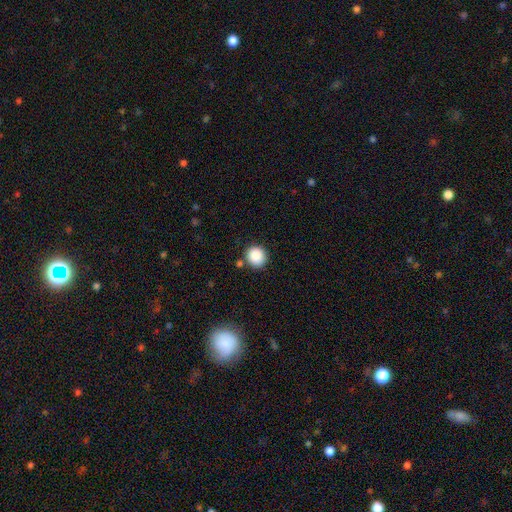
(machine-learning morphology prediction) Q: Smooth or featured?
A: smooth (87%); runner-up: star or artifact (9%)
Q: How rounded?
A: round (88%); runner-up: in between (11%)
Q: Merging?
A: none (81%); runner-up: minor disturbance (10%)